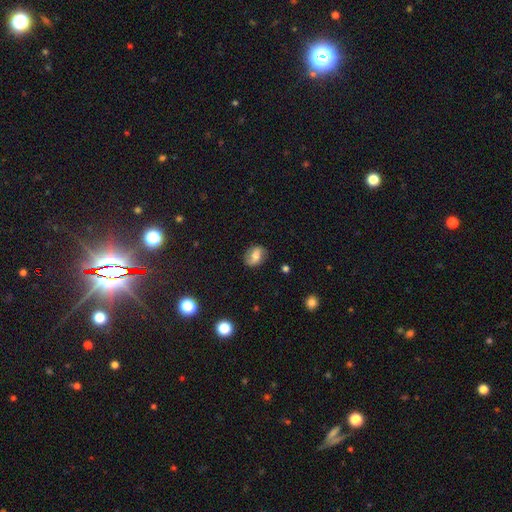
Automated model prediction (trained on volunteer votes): smooth-or-featured: smooth: 55% | featured or disk: 35% | star or artifact: 9%
  how-rounded: in between: 63% | round: 35% | cigar-shaped: 2%
  merging: none: 80% | minor disturbance: 15% | major disturbance: 4% | merger: 1%